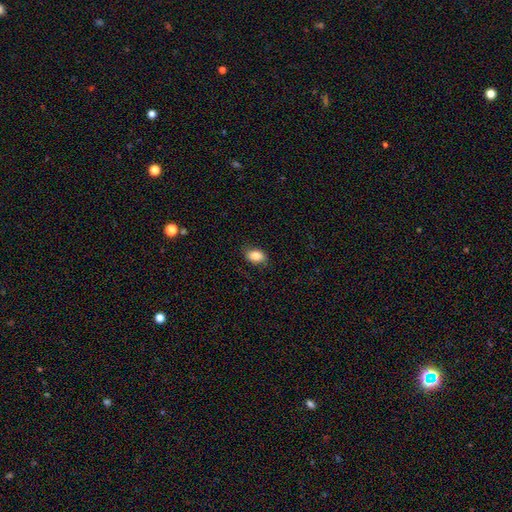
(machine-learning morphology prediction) Smooth or featured? Predicted: smooth (p=0.83). How rounded? Predicted: in between (p=0.82). Merging? Predicted: none (p=0.82).